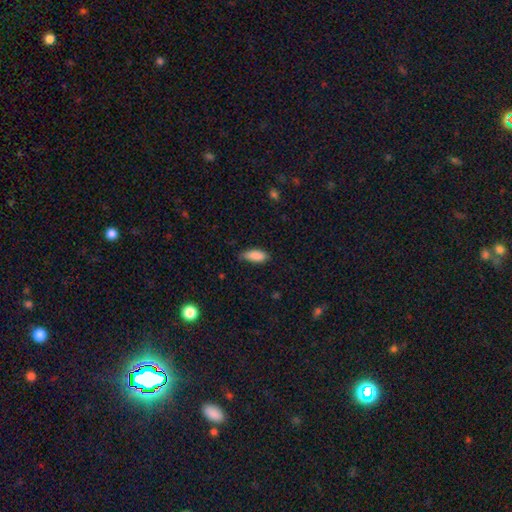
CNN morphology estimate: The model was most divided on "merging": none: 65%, minor disturbance: 28%, major disturbance: 5%, merger: 1%. More confident: smooth or featured — smooth (87%); how rounded — in between (81%).